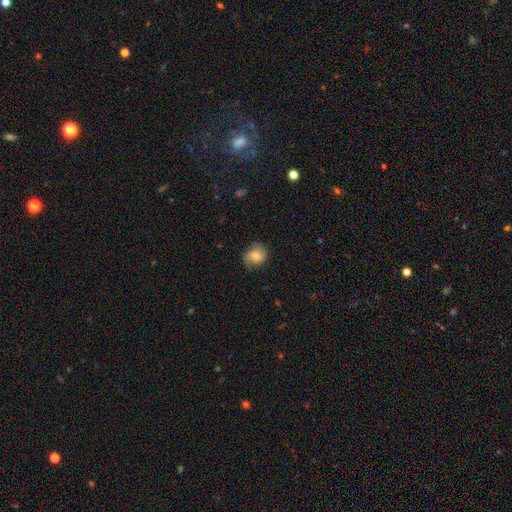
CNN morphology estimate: Smooth or featured: smooth — 67% (featured or disk — 24%)
How rounded: round — 60% (in between — 39%)
Merging: none — 69% (minor disturbance — 23%)